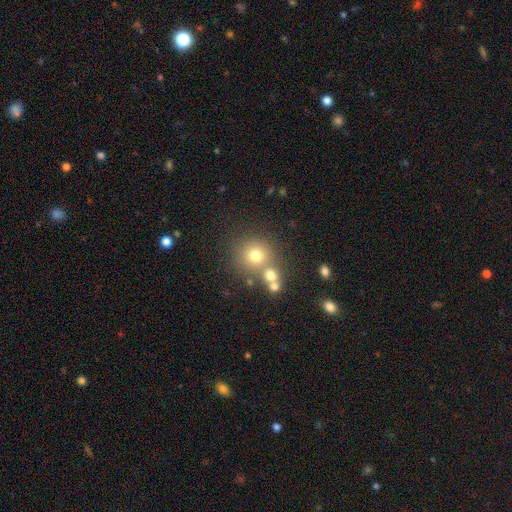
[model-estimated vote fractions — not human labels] Smooth or featured: smooth — 71% (star or artifact — 16%)
How rounded: round — 89% (in between — 10%)
Merging: none — 60% (merger — 27%)